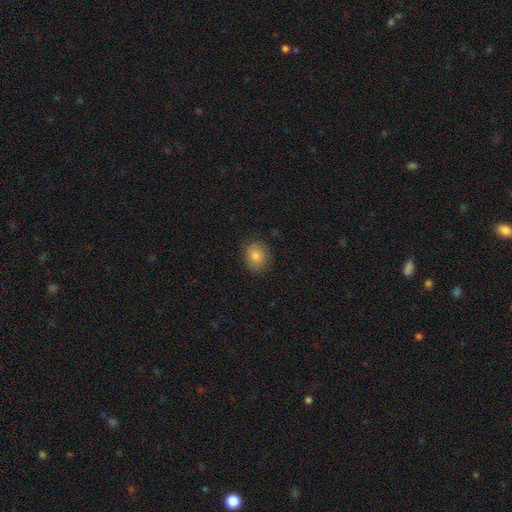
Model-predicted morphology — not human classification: Q: Smooth or featured?
A: smooth (85%); runner-up: star or artifact (9%)
Q: How rounded?
A: round (57%); runner-up: in between (42%)
Q: Merging?
A: none (82%); runner-up: minor disturbance (13%)